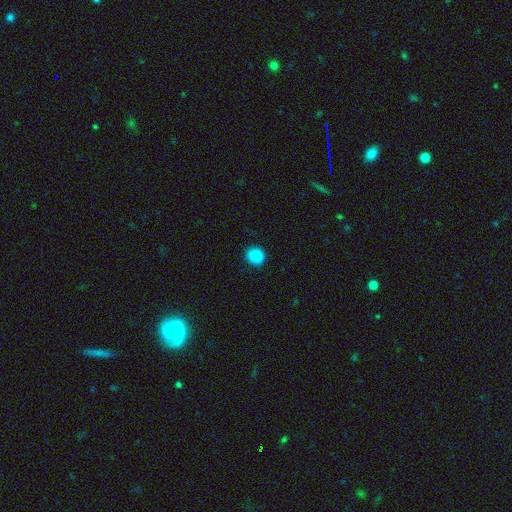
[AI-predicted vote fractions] Smooth or featured? smooth (88%)
How rounded? round (85%)
Merging? none (90%)